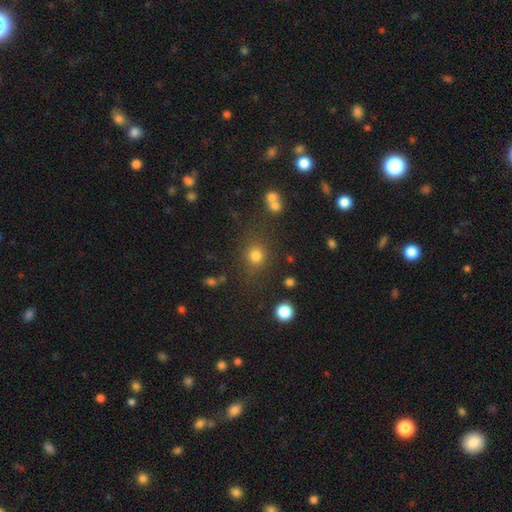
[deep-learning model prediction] Smooth or featured?
  - smooth: 78% *
  - star or artifact: 15%
  - featured or disk: 7%
How rounded?
  - round: 84% *
  - in between: 15%
  - cigar-shaped: 1%
Merging?
  - none: 78% *
  - minor disturbance: 11%
  - merger: 6%
  - major disturbance: 5%